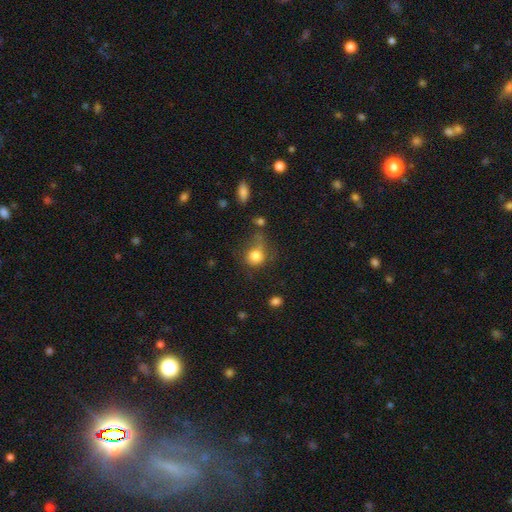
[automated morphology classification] smooth 79%, star or artifact 11%, featured or disk 10%. Down the decision tree: how rounded — round (73%); merging — none (38%).